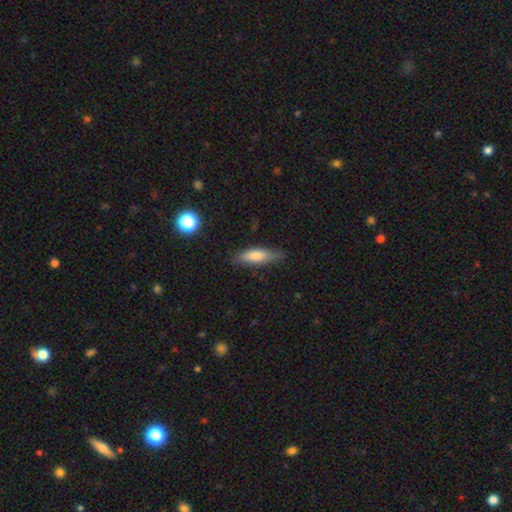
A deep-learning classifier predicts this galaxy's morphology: Smooth or featured?
  - smooth: 72% *
  - featured or disk: 21%
  - star or artifact: 7%
How rounded?
  - cigar-shaped: 57% *
  - in between: 41%
  - round: 2%
Merging?
  - none: 79% *
  - minor disturbance: 16%
  - major disturbance: 3%
  - merger: 1%